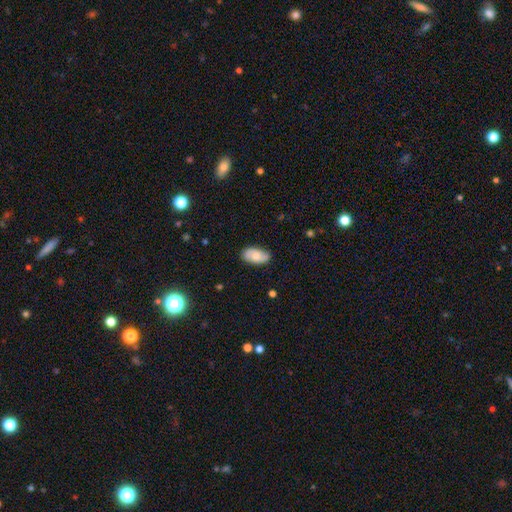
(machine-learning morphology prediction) Q: Smooth or featured?
A: smooth (67%); runner-up: featured or disk (26%)
Q: How rounded?
A: in between (94%); runner-up: round (3%)
Q: Merging?
A: none (83%); runner-up: minor disturbance (13%)